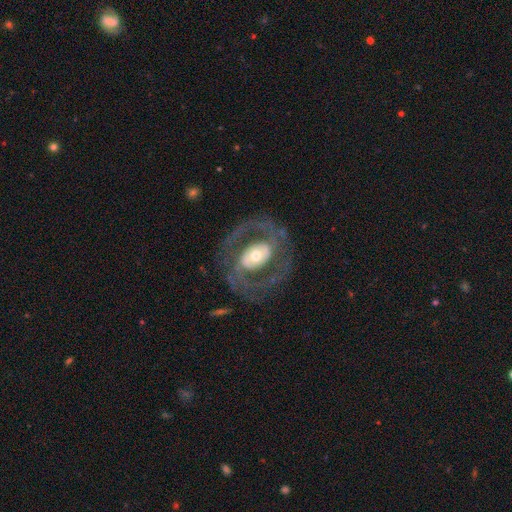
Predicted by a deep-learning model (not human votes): smooth_or_featured: featured or disk (p=0.83) [alt: smooth p=0.12]
disk_edge_on: no (p=0.96) [alt: yes p=0.04]
bar: no (p=0.47) [alt: weak p=0.29]
has_spiral_arms: yes (p=0.78) [alt: no p=0.22]
spiral_winding: medium (p=0.49) [alt: tight p=0.33]
spiral_arm_count: 2 (p=0.83) [alt: can't tell p=0.08]
bulge_size: moderate (p=0.59) [alt: small p=0.22]
merging: none (p=0.74) [alt: major disturbance p=0.13]